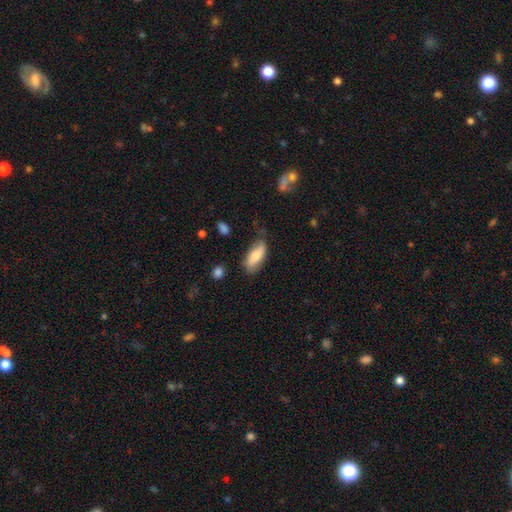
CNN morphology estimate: Smooth or featured? Predicted: smooth (p=0.73). How rounded? Predicted: in between (p=0.81). Merging? Predicted: none (p=0.63).